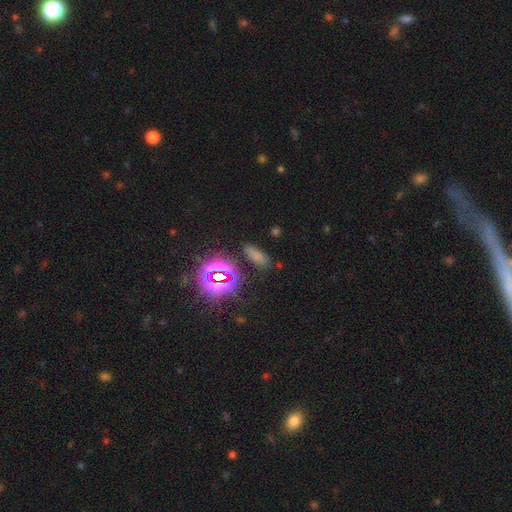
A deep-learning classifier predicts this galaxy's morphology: This appears to be a smooth galaxy with no disk features (62%) that is in between round and cigar-shaped (67%). Merging: none (80%).